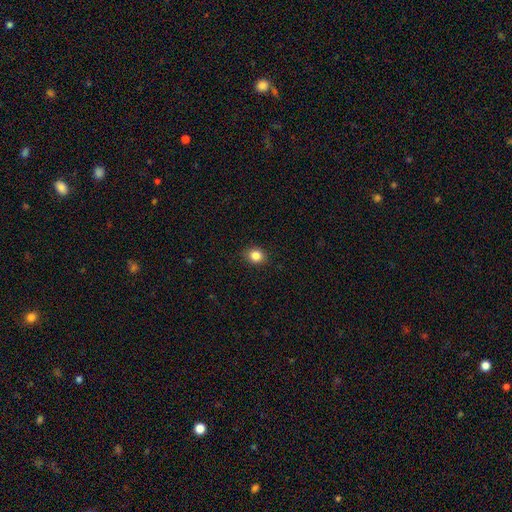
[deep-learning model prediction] smooth 85%, star or artifact 11%, featured or disk 5%. Down the decision tree: how rounded — round (68%); merging — none (89%).